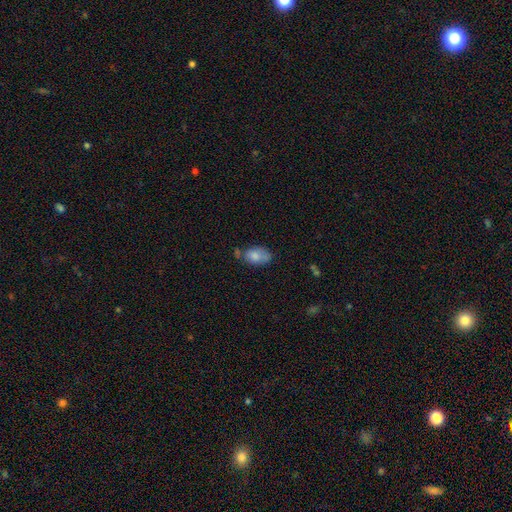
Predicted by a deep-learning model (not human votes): smooth_or_featured: smooth (p=0.79) [alt: featured or disk p=0.13]
how_rounded: in between (p=0.90) [alt: round p=0.08]
merging: none (p=0.49) [alt: minor disturbance p=0.30]